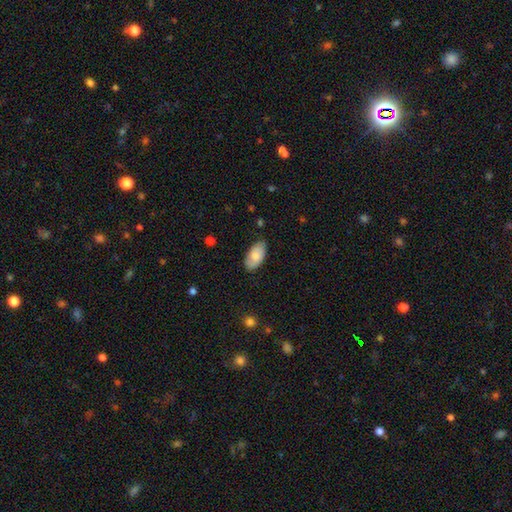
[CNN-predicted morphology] Overall: smooth (74%). How rounded: in between (95%). Merging: none (81%).